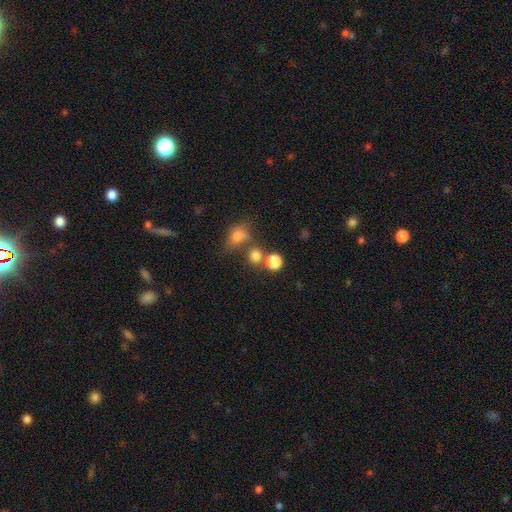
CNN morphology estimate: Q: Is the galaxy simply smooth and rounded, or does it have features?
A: smooth — 76%.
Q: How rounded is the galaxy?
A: round — 78%.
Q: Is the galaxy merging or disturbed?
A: none — 58%.